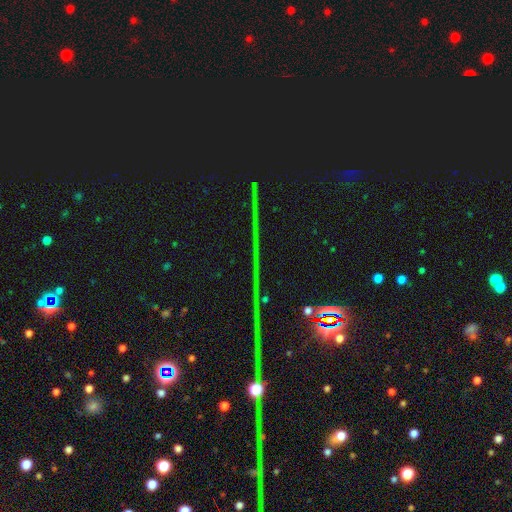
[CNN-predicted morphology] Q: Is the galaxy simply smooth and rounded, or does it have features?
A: star or artifact — 84%.